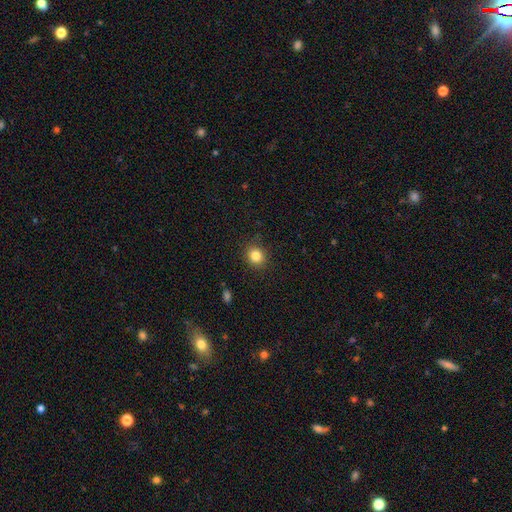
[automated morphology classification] smooth-or-featured: smooth: 83% | star or artifact: 11% | featured or disk: 5%
  how-rounded: round: 82% | in between: 17% | cigar-shaped: 1%
  merging: none: 88% | minor disturbance: 8% | major disturbance: 3% | merger: 1%